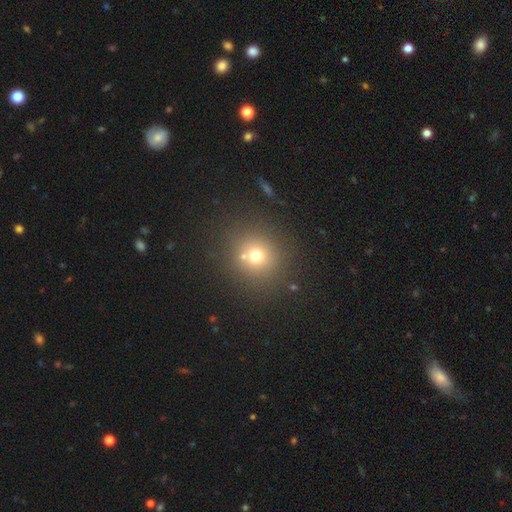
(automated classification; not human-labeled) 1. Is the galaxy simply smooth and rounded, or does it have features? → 68% smooth, 20% star or artifact, 12% featured or disk.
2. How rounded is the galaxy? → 91% round, 8% in between, 1% cigar-shaped.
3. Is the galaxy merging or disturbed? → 76% none, 12% merger, 8% minor disturbance, 4% major disturbance.